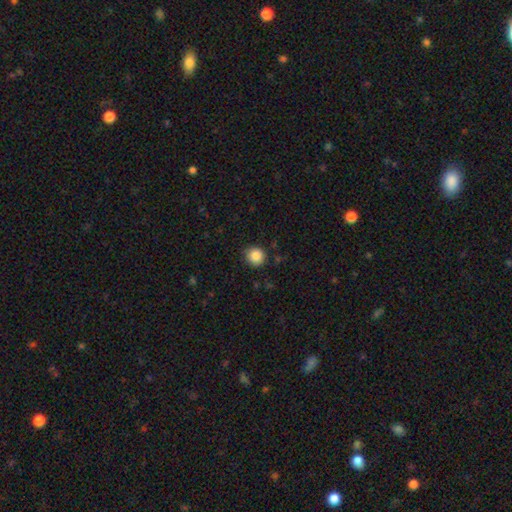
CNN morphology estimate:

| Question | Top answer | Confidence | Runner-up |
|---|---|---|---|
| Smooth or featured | smooth | 86% | star or artifact (10%) |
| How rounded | round | 92% | in between (8%) |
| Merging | none | 85% | minor disturbance (11%) |